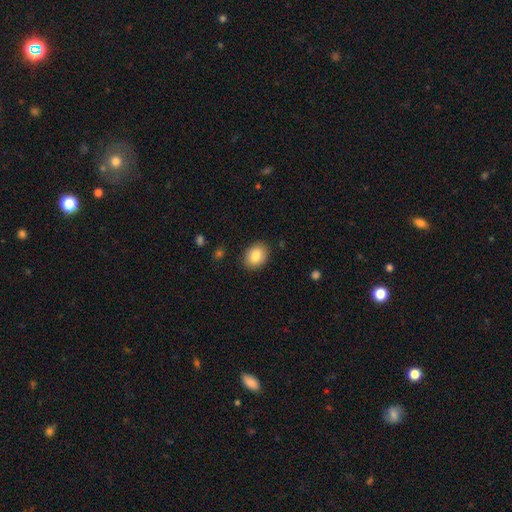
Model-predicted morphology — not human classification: The model was most divided on "how rounded": in between: 62%, round: 38%, cigar-shaped: 1%. More confident: merging — none (88%); smooth or featured — smooth (85%).